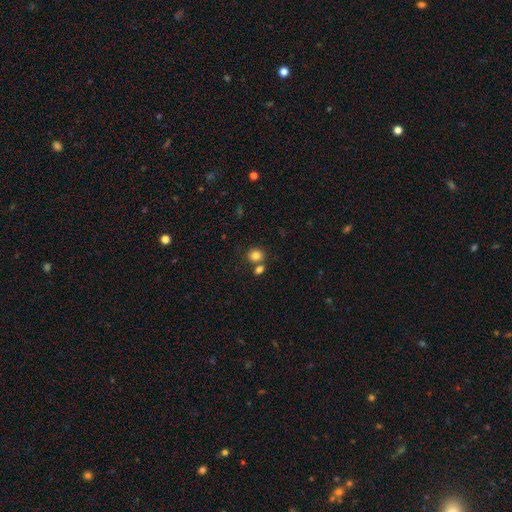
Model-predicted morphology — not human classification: smooth 82%, star or artifact 11%, featured or disk 7%. Down the decision tree: how rounded — round (76%); merging — none (65%).